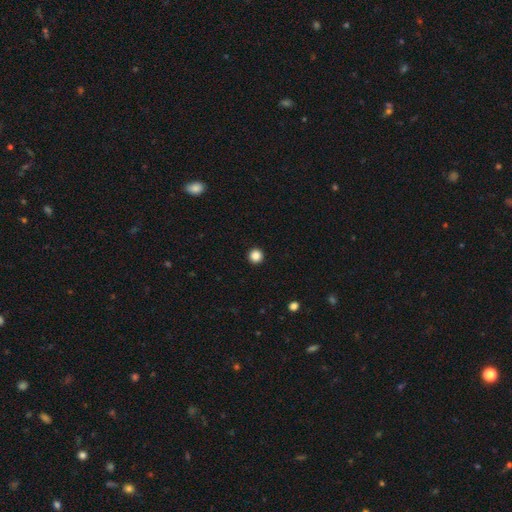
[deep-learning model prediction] Smooth or featured?
  - smooth: 87% *
  - star or artifact: 11%
  - featured or disk: 3%
How rounded?
  - round: 97% *
  - in between: 2%
  - cigar-shaped: 1%
Merging?
  - none: 94% *
  - minor disturbance: 4%
  - major disturbance: 1%
  - merger: 1%